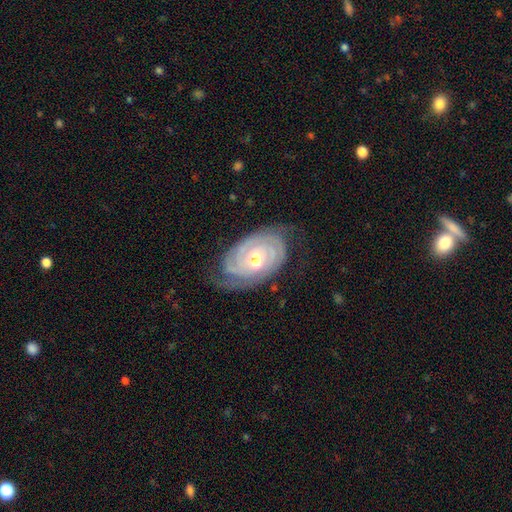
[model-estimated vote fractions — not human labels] This is clearly a featured or disk galaxy (88%). It is clearly not viewed edge-on (96%). Bar: possibly no (54%). Spiral arm pattern: clearly yes (96%). Spiral arm count: marginally 2 (36%). Spiral winding: likely tight (74%). Central bulge: likely moderate (78%). Merging: likely none (71%).